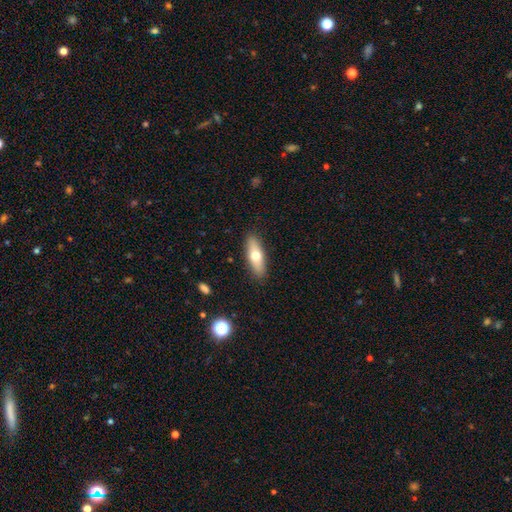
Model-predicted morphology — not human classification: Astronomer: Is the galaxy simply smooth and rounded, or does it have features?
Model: smooth — 63%.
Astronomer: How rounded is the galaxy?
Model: in between — 55% (runner-up: cigar-shaped, 42%).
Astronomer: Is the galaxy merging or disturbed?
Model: none — 88%.